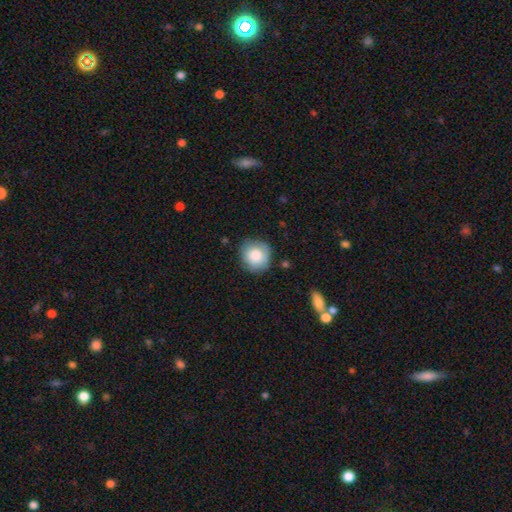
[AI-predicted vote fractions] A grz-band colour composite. It shows a smooth galaxy with no disk features (83%) that is round (88%). Merging: none (81%).